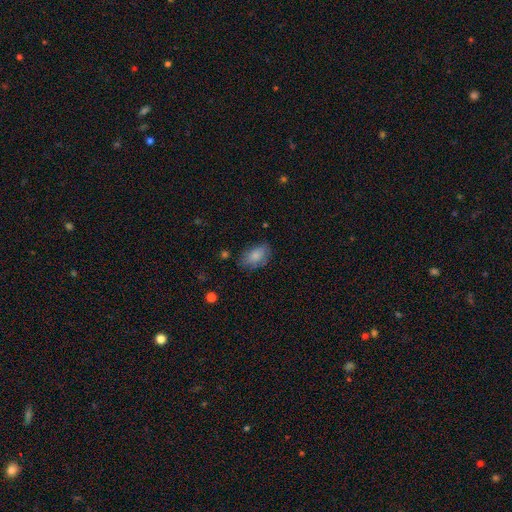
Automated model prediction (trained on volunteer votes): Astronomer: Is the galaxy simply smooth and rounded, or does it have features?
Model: smooth — 81%.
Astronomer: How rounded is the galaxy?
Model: in between — 90%.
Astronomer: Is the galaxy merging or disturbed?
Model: none — 71%.